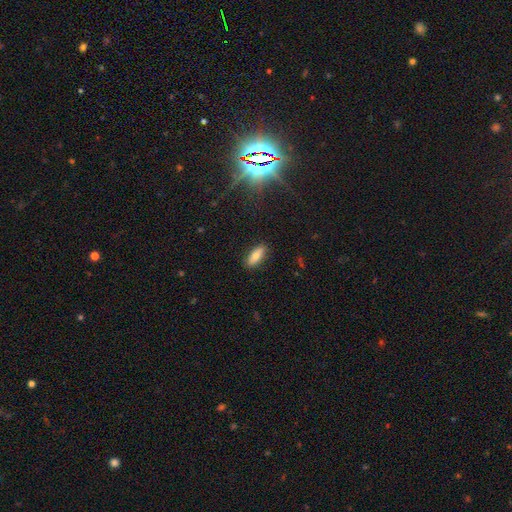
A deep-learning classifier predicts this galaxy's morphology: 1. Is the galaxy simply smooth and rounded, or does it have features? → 78% smooth, 14% featured or disk, 9% star or artifact.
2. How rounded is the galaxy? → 68% in between, 29% cigar-shaped, 2% round.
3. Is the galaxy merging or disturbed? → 87% none, 9% minor disturbance, 2% major disturbance, 1% merger.